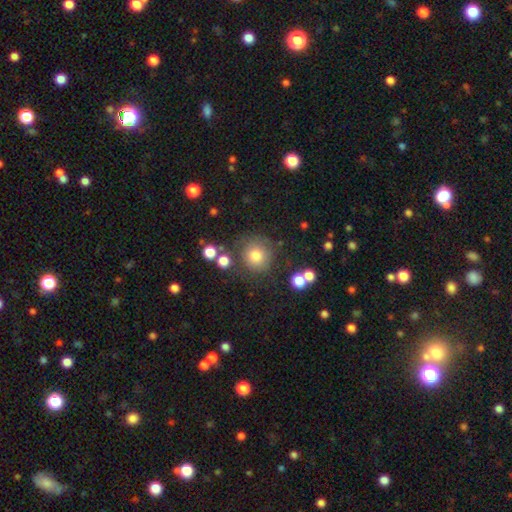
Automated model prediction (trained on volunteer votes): Smooth or featured: smooth — 79% (star or artifact — 12%)
How rounded: round — 93% (in between — 6%)
Merging: none — 76% (minor disturbance — 12%)